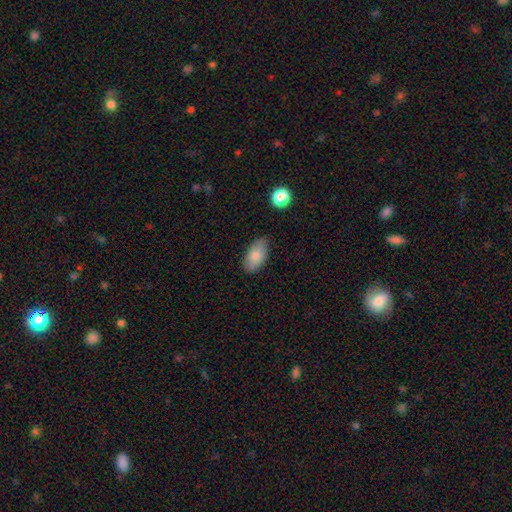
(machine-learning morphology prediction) smooth_or_featured: smooth (p=0.83) [alt: featured or disk p=0.10]
how_rounded: in between (p=0.94) [alt: round p=0.03]
merging: none (p=0.80) [alt: minor disturbance p=0.16]